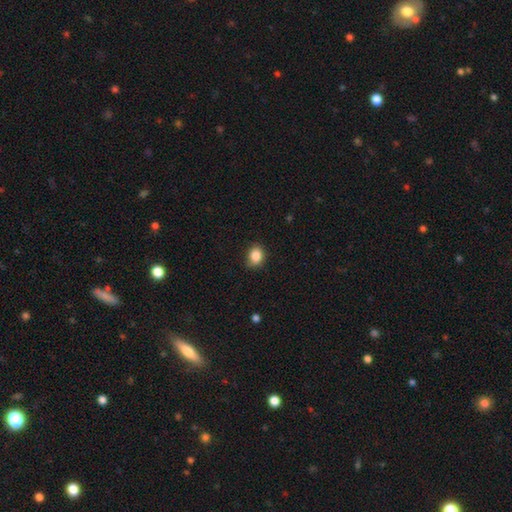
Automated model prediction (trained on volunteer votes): The model was most divided on "how rounded": round: 52%, in between: 47%, cigar-shaped: 1%. More confident: smooth or featured — smooth (87%); merging — none (81%).